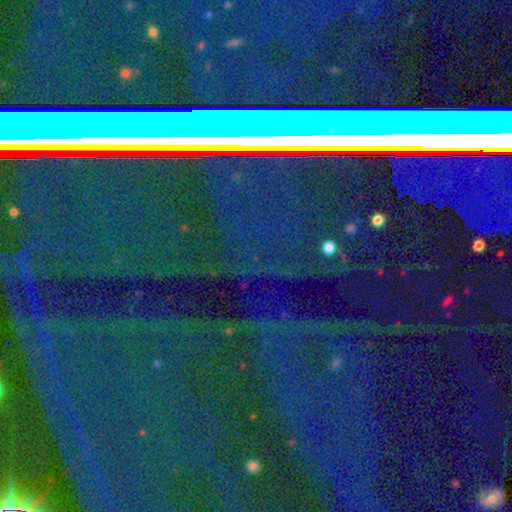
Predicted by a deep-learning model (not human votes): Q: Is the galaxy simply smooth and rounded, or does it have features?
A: star or artifact — 74%.